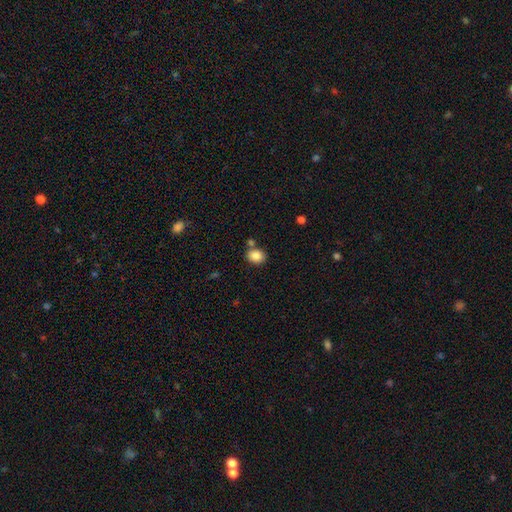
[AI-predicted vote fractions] This is clearly a smooth galaxy (85%). How rounded: possibly in between (51%). Merging: likely none (73%).